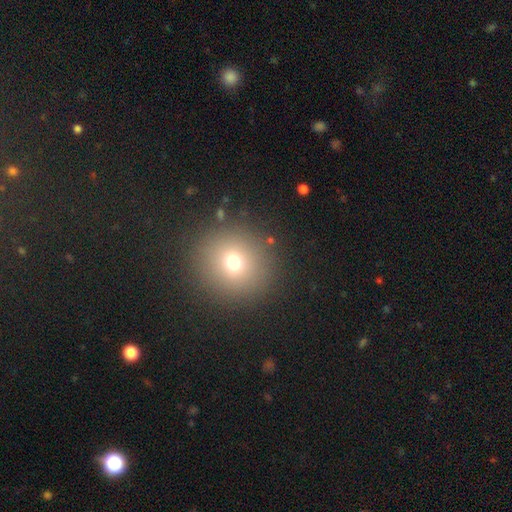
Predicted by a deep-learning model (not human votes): Smooth or featured? Predicted: smooth (p=0.68). How rounded? Predicted: round (p=0.93). Merging? Predicted: none (p=0.91).